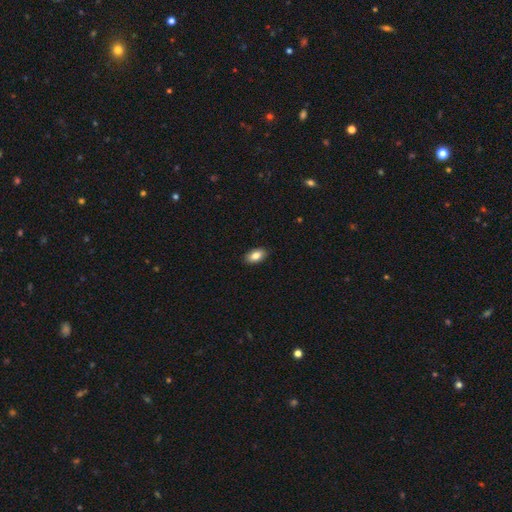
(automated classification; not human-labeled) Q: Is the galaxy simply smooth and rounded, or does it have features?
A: smooth — 83%.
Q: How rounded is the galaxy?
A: in between — 92%.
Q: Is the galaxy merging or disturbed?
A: none — 89%.